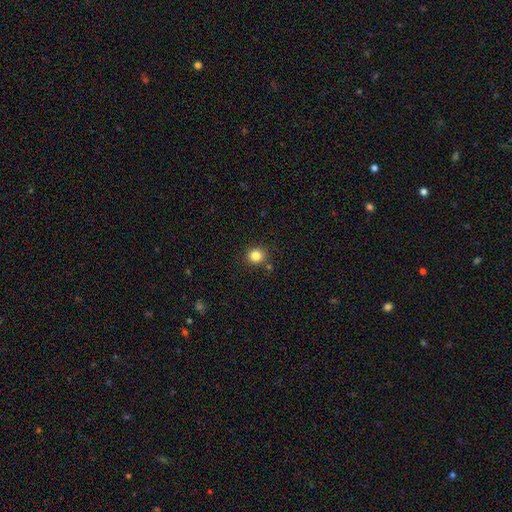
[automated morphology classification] smooth 82%, star or artifact 12%, featured or disk 5%. Down the decision tree: how rounded — round (89%); merging — none (85%).